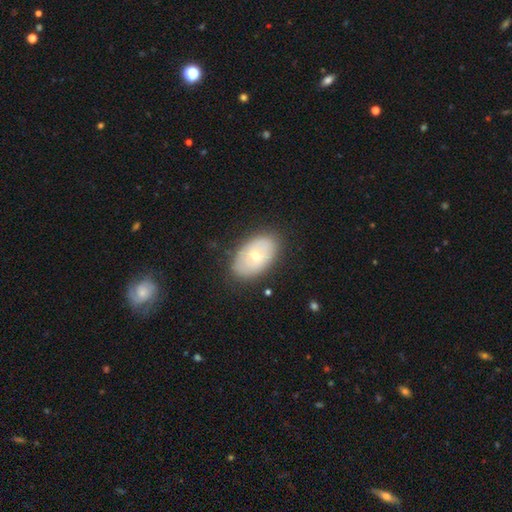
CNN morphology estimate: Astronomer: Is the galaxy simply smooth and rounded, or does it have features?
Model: smooth — 55% (runner-up: featured or disk, 38%).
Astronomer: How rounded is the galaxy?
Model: in between — 90%.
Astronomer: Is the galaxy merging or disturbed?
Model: none — 83%.